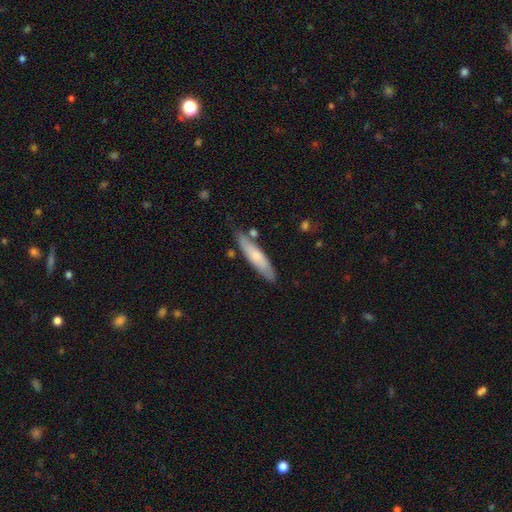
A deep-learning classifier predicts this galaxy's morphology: A smooth galaxy with no disk features (66%) that is cigar-shaped (80%). Merging: none (77%).